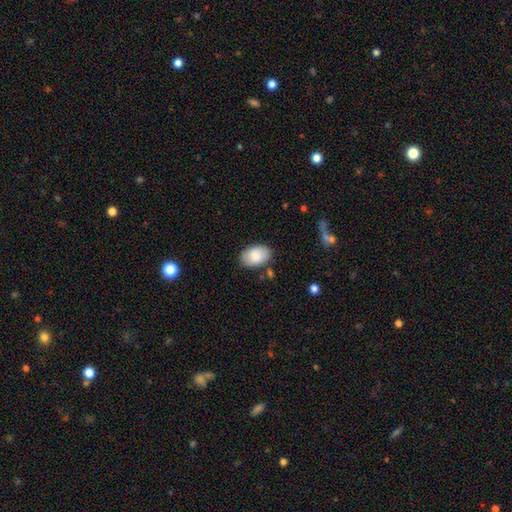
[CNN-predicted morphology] Smooth or featured?
  - smooth: 85% *
  - featured or disk: 9%
  - star or artifact: 6%
How rounded?
  - in between: 91% *
  - round: 8%
  - cigar-shaped: 1%
Merging?
  - none: 82% *
  - minor disturbance: 13%
  - major disturbance: 3%
  - merger: 2%